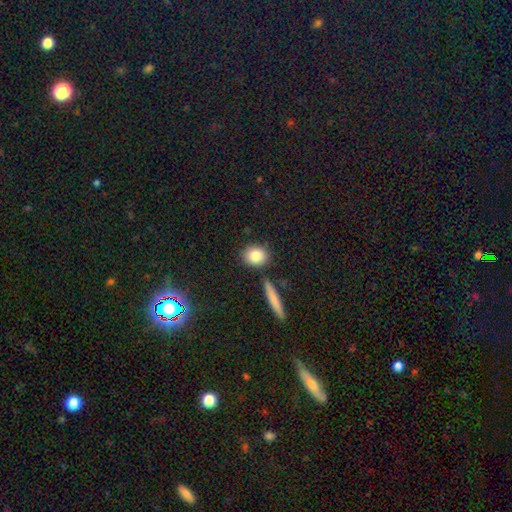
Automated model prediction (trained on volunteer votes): Smooth or featured?
  - smooth: 84% *
  - featured or disk: 8%
  - star or artifact: 8%
How rounded?
  - round: 61% *
  - in between: 36%
  - cigar-shaped: 4%
Merging?
  - none: 82% *
  - minor disturbance: 9%
  - merger: 7%
  - major disturbance: 3%